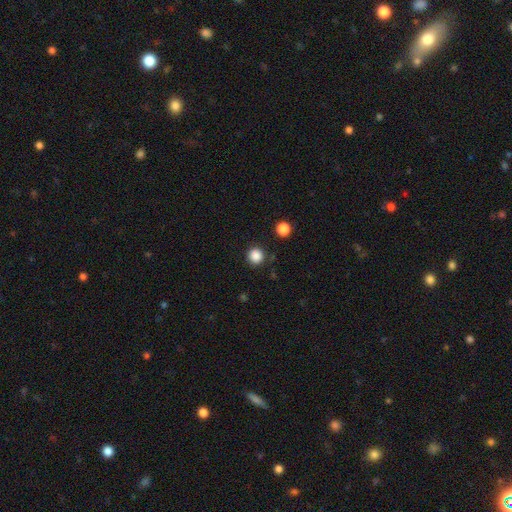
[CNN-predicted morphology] This appears to be a smooth galaxy with no disk features (86%) that is round (93%). Merging: none (88%).